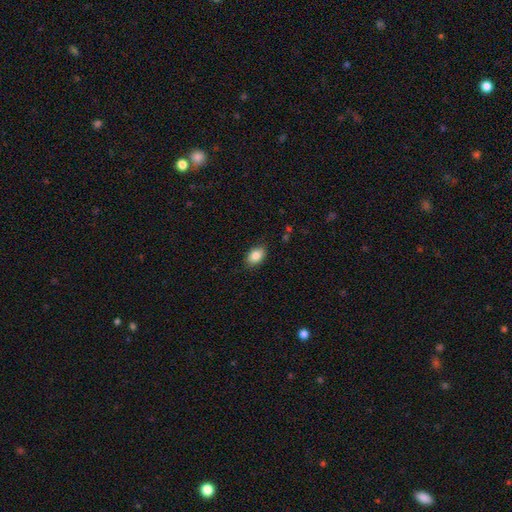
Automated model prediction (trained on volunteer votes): Q: Smooth or featured?
A: smooth (85%); runner-up: star or artifact (8%)
Q: How rounded?
A: in between (84%); runner-up: round (15%)
Q: Merging?
A: none (86%); runner-up: minor disturbance (11%)